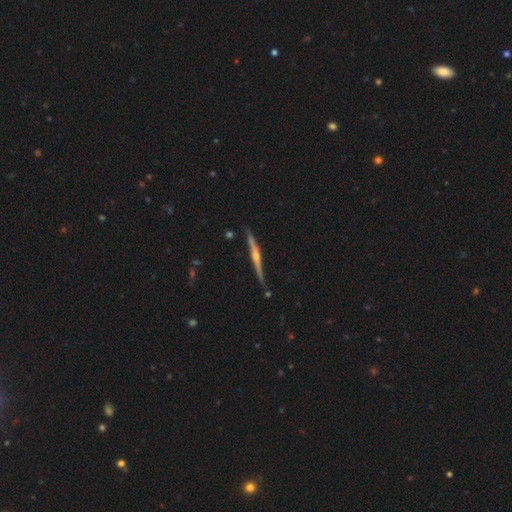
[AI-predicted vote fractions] Smooth or featured? Predicted: featured or disk (p=0.82). Edge-on disk? Predicted: yes (p=0.98). Edge-on bulge? Predicted: rounded (p=0.80). Merging? Predicted: none (p=0.87).